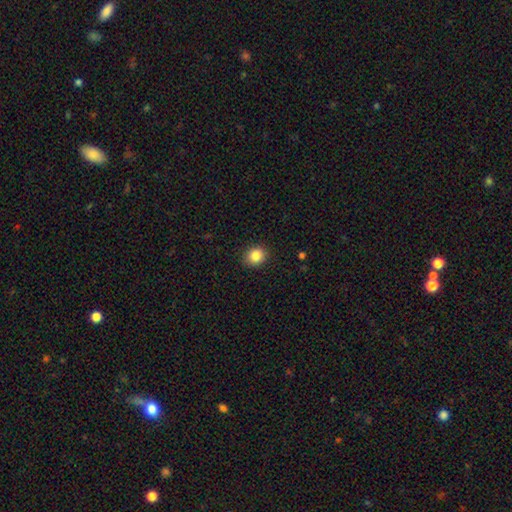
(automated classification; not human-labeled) smooth-or-featured: smooth: 86% | star or artifact: 10% | featured or disk: 5%
  how-rounded: round: 73% | in between: 26% | cigar-shaped: 1%
  merging: none: 89% | minor disturbance: 8% | major disturbance: 2% | merger: 1%